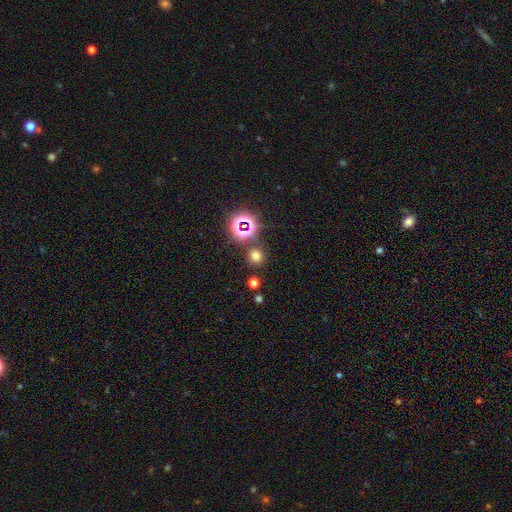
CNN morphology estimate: A smooth galaxy with no disk features (65%) that is round (90%).

Vote fractions:
- Smooth or featured? smooth: 65% / star or artifact: 29% / featured or disk: 7%
- How rounded? round: 90% / in between: 9% / cigar-shaped: 1%
- Merging? none: 82% / minor disturbance: 8% / merger: 6% / major disturbance: 3%